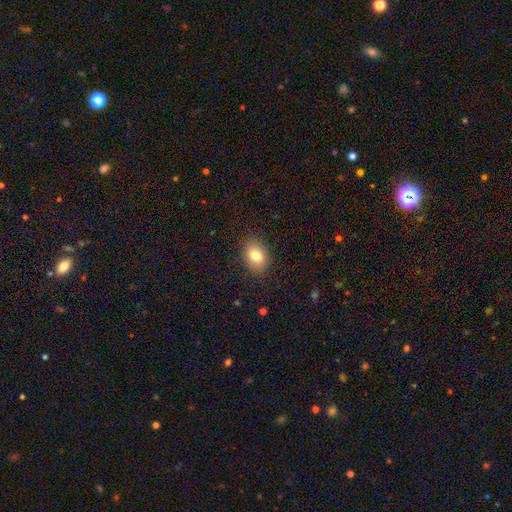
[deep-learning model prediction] smooth-or-featured: smooth: 81% | featured or disk: 10% | star or artifact: 10%
  how-rounded: in between: 72% | round: 27% | cigar-shaped: 1%
  merging: none: 87% | minor disturbance: 9% | major disturbance: 3% | merger: 1%